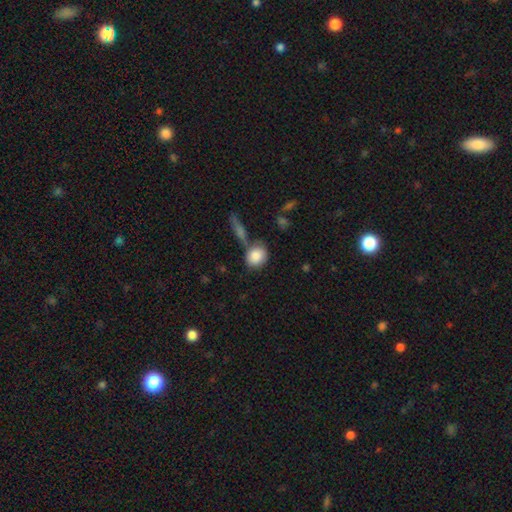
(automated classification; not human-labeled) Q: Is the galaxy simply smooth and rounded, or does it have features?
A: smooth — 85%.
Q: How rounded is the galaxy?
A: round — 64%.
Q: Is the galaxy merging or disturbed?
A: none — 61%.